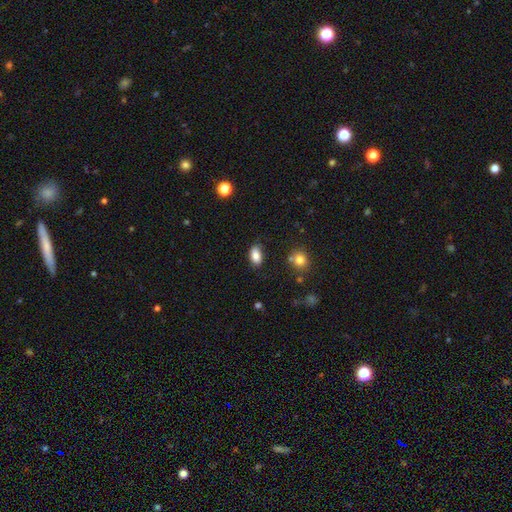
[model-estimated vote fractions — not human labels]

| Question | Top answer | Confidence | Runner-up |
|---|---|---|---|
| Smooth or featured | smooth | 85% | star or artifact (9%) |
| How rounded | in between | 90% | round (7%) |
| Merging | none | 77% | minor disturbance (17%) |